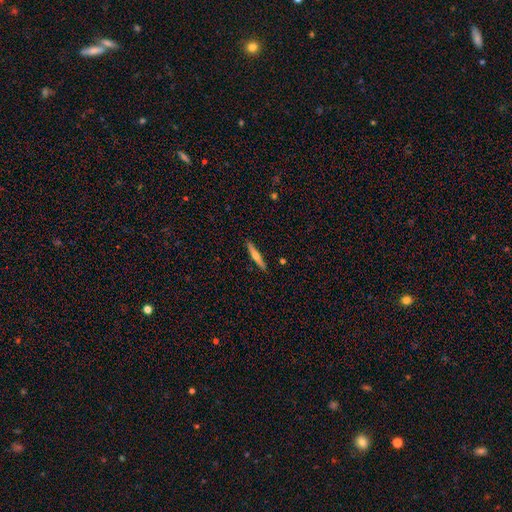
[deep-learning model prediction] Smooth or featured: featured or disk — 49% (smooth — 45%)
Merging: none — 90% (minor disturbance — 7%)